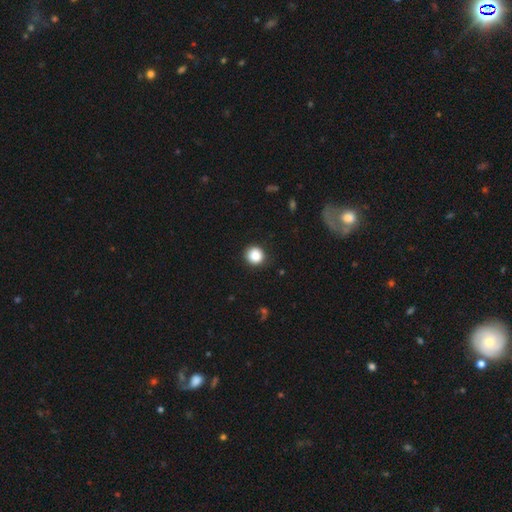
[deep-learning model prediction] A smooth galaxy with no disk features (87%) that is round (93%). Merging: none (89%).